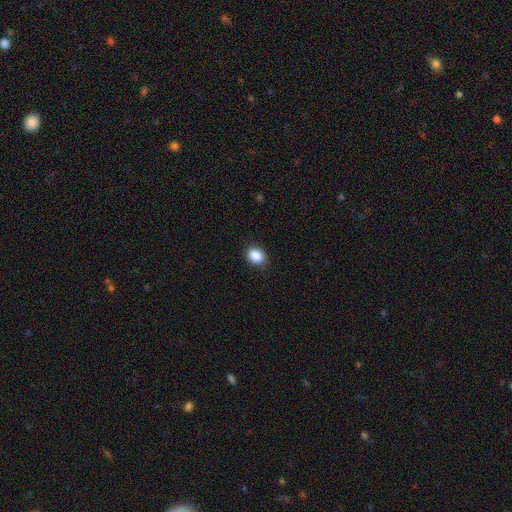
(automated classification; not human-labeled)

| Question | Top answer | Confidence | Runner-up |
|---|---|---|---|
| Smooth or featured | smooth | 89% | star or artifact (8%) |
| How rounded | in between | 59% | round (40%) |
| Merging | none | 87% | minor disturbance (10%) |